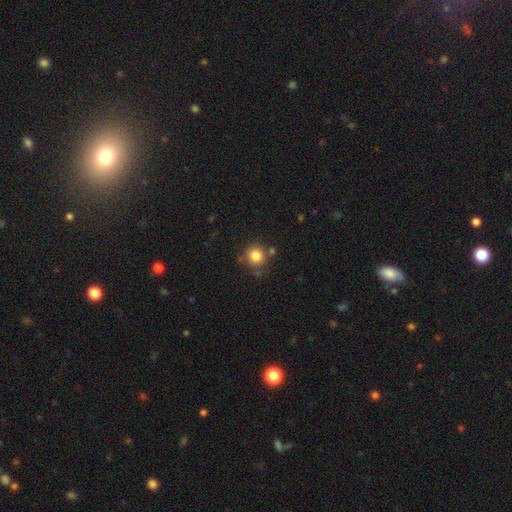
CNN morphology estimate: Smooth or featured?
  - smooth: 82% *
  - star or artifact: 12%
  - featured or disk: 7%
How rounded?
  - round: 92% *
  - in between: 7%
  - cigar-shaped: 1%
Merging?
  - none: 77% *
  - minor disturbance: 12%
  - merger: 8%
  - major disturbance: 4%